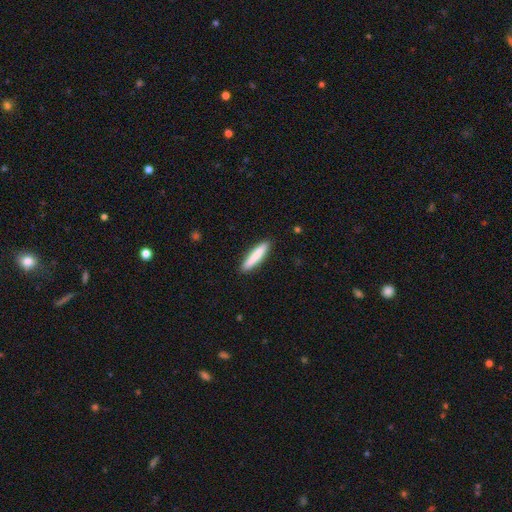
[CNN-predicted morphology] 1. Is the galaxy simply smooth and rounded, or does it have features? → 82% smooth, 13% featured or disk, 5% star or artifact.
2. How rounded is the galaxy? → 89% cigar-shaped, 10% in between, 1% round.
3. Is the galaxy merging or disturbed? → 90% none, 7% minor disturbance, 2% major disturbance, 1% merger.